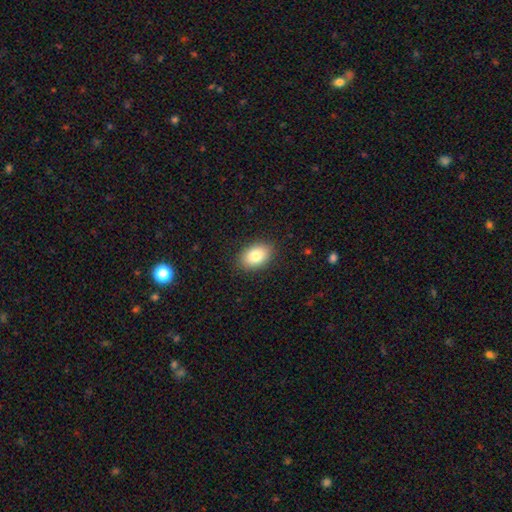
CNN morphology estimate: type=smooth (83%); roundness=in between (85%); merging=none (88%).